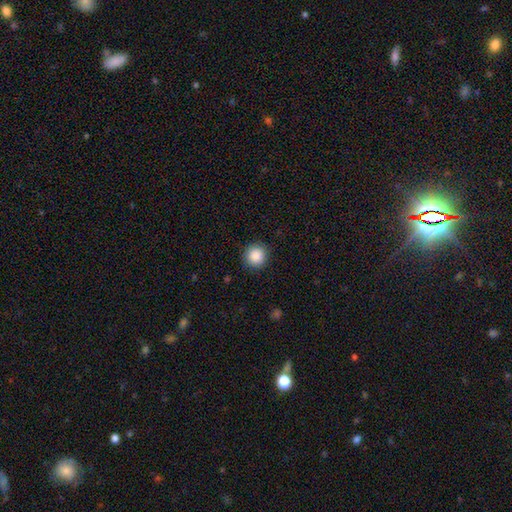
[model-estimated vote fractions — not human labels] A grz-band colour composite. It shows a smooth galaxy with no disk features (88%) that is round (94%). Merging: none (91%).